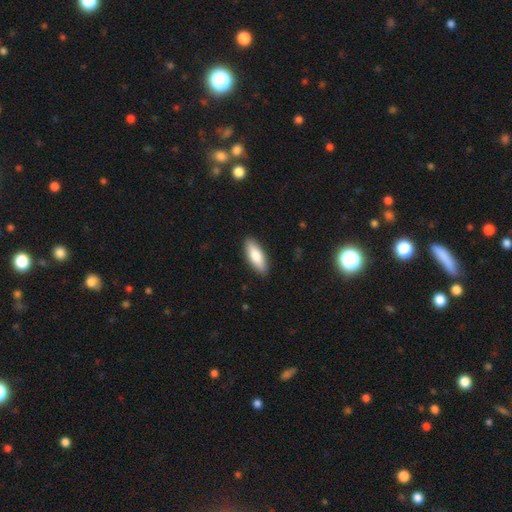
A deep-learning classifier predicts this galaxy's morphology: Smooth or featured?
  - smooth: 79% *
  - featured or disk: 16%
  - star or artifact: 5%
How rounded?
  - in between: 66% *
  - cigar-shaped: 32%
  - round: 2%
Merging?
  - none: 89% *
  - minor disturbance: 8%
  - major disturbance: 2%
  - merger: 1%